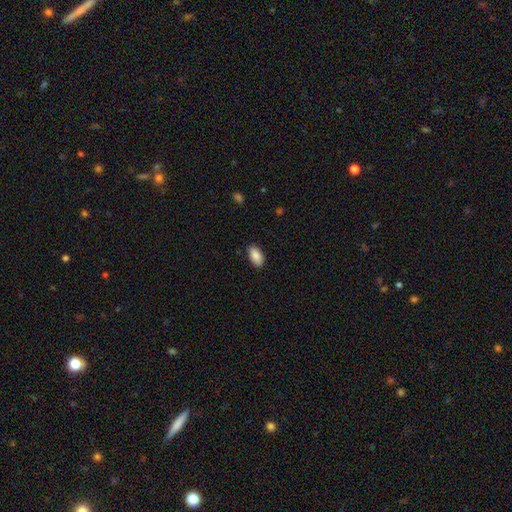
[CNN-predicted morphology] Smooth or featured? Predicted: smooth (p=0.87). How rounded? Predicted: in between (p=0.94). Merging? Predicted: none (p=0.88).